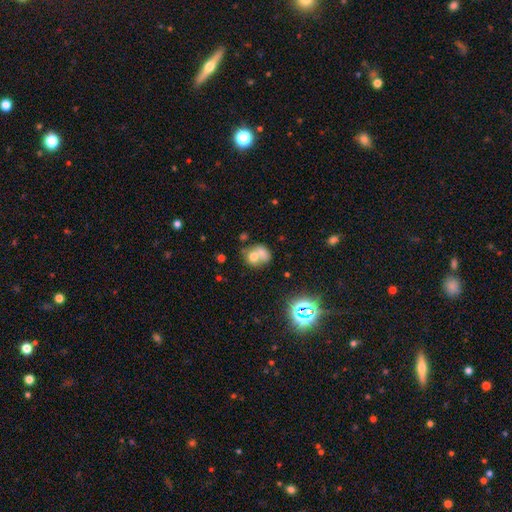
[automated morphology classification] Overall: smooth (62%; featured or disk 23%). How rounded: round (63%; in between 36%). Merging: merger (64%).